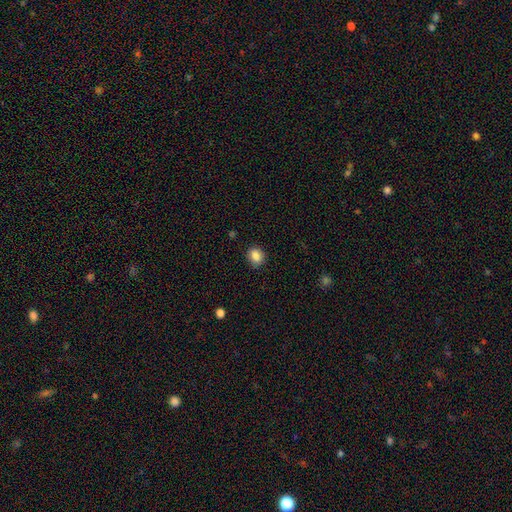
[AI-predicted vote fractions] Q: Smooth or featured?
A: smooth (86%); runner-up: star or artifact (9%)
Q: How rounded?
A: round (56%); runner-up: in between (43%)
Q: Merging?
A: none (84%); runner-up: minor disturbance (12%)